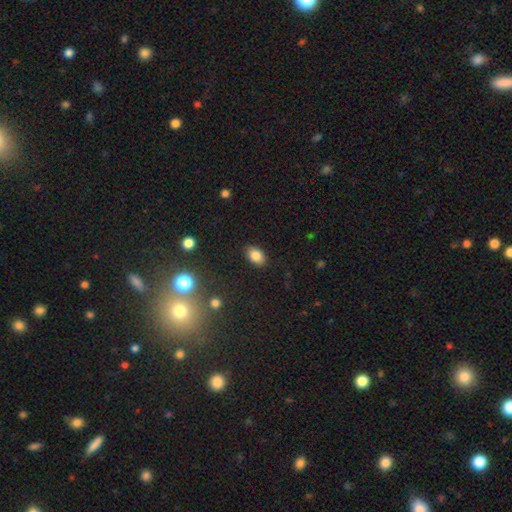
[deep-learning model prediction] This appears to be a smooth galaxy with no disk features (83%) that is in between round and cigar-shaped (87%). Merging: none (87%).